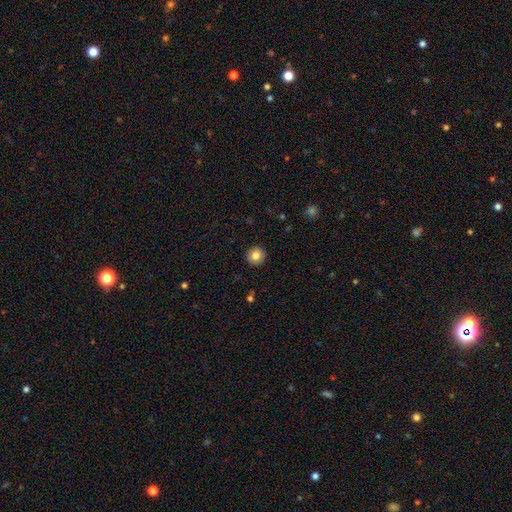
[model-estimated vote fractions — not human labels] The model was most divided on "smooth or featured": smooth: 82%, featured or disk: 9%, star or artifact: 9%. More confident: how rounded — round (94%); merging — none (93%).